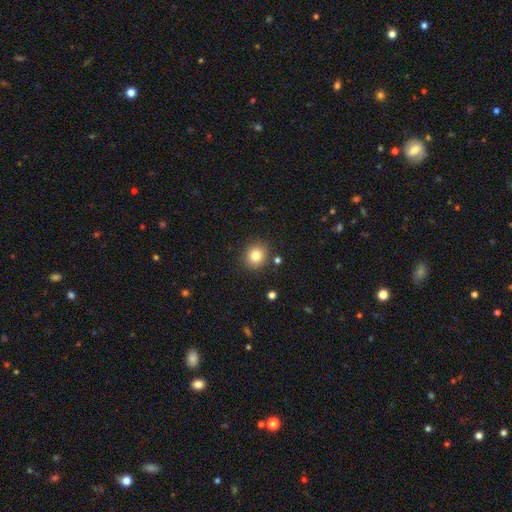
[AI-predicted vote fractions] Smooth or featured? smooth (82%)
How rounded? round (84%)
Merging? none (87%)